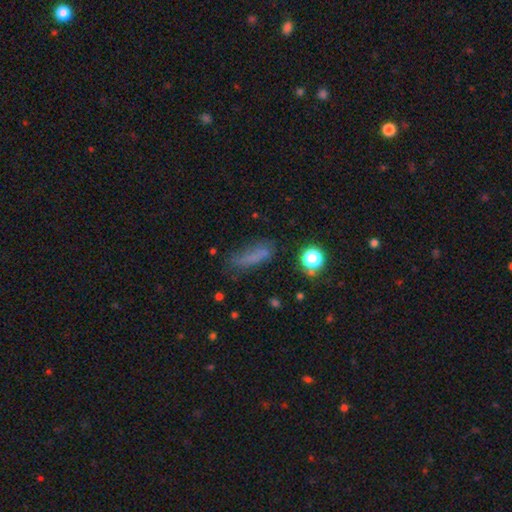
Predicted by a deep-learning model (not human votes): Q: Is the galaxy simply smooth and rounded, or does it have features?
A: smooth — 67%.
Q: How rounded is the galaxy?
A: cigar-shaped — 57%.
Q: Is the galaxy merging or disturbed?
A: none — 52%.